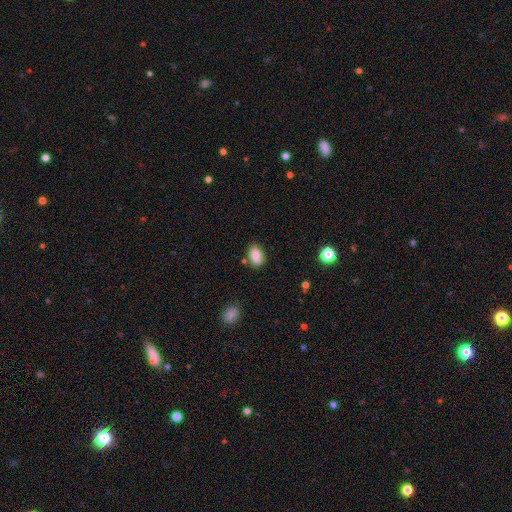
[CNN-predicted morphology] Smooth or featured?
  - smooth: 81% *
  - featured or disk: 10%
  - star or artifact: 9%
How rounded?
  - in between: 87% *
  - round: 11%
  - cigar-shaped: 2%
Merging?
  - none: 66% *
  - minor disturbance: 21%
  - merger: 8%
  - major disturbance: 5%